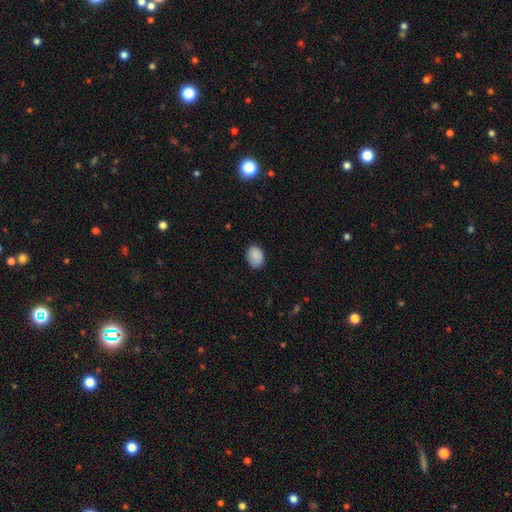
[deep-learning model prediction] smooth 88%, star or artifact 8%, featured or disk 4%. Down the decision tree: how rounded — in between (71%); merging — none (78%).